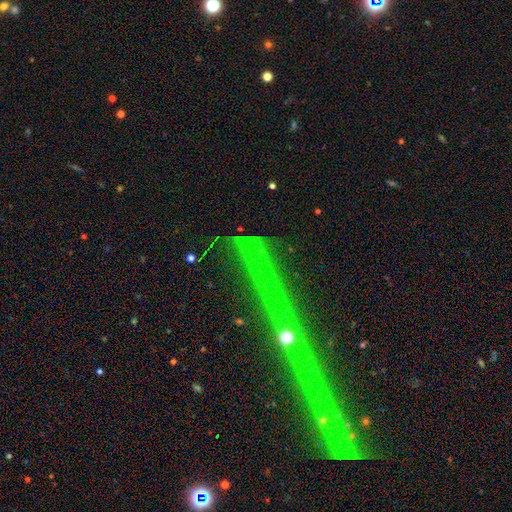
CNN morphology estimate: Q: Smooth or featured?
A: star or artifact (60%); runner-up: featured or disk (23%)